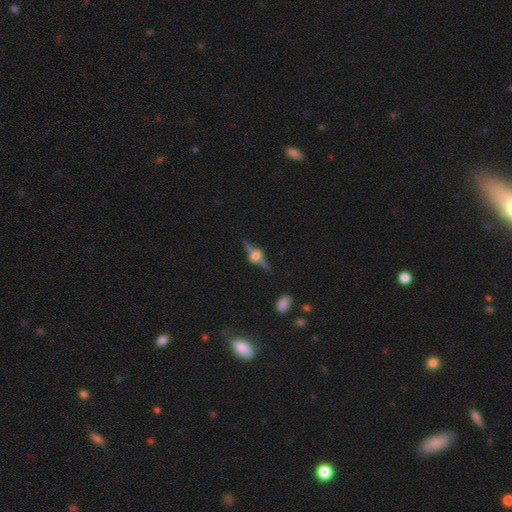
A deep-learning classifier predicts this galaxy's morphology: Smooth or featured: featured or disk — 82% (smooth — 10%)
Edge-on disk: yes — 96% (no — 4%)
Edge-on bulge: rounded — 95% (boxy — 4%)
Merging: none — 84% (minor disturbance — 10%)